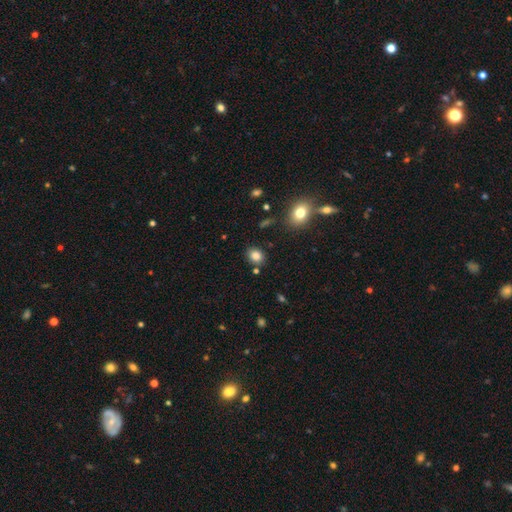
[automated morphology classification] Smooth or featured? smooth (84%)
How rounded? round (52%)
Merging? none (84%)